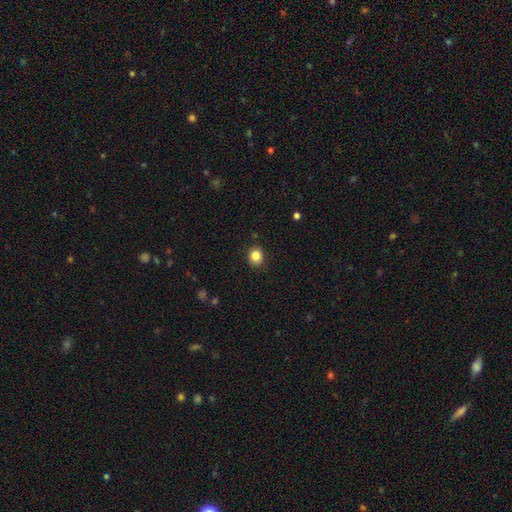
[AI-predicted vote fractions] Morphology: type=smooth (85%); roundness=round (77%); merging=none (89%).